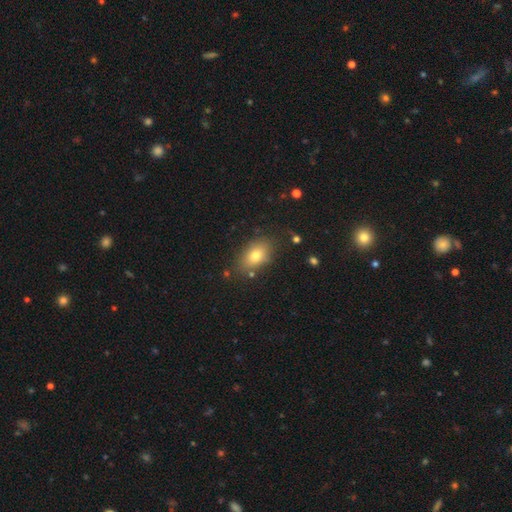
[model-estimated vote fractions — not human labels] This appears to be a smooth galaxy with no disk features (77%) that is in between round and cigar-shaped (85%). Merging: none (78%).